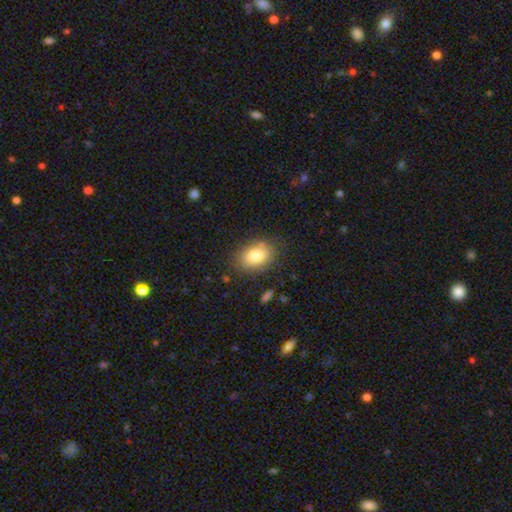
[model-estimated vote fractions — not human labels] Smooth or featured: smooth — 82% (featured or disk — 10%)
How rounded: in between — 81% (round — 18%)
Merging: none — 80% (minor disturbance — 14%)